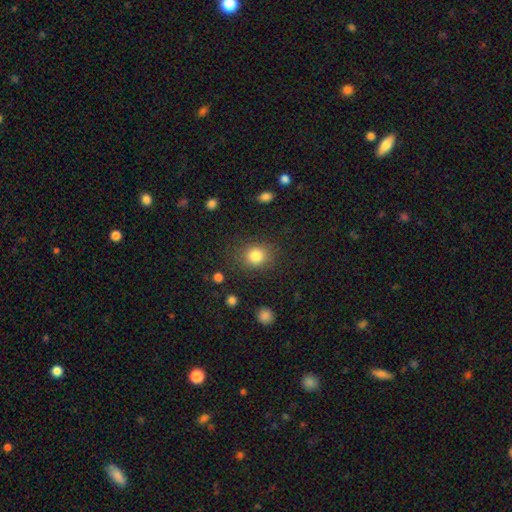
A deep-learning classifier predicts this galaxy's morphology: Smooth or featured? smooth (83%)
How rounded? round (74%)
Merging? none (82%)